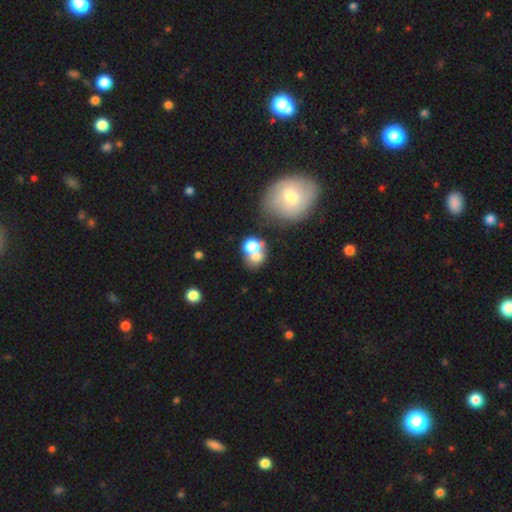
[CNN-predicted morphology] A smooth galaxy with no disk features (67%) that is round (60%). Merging: merger (53%).